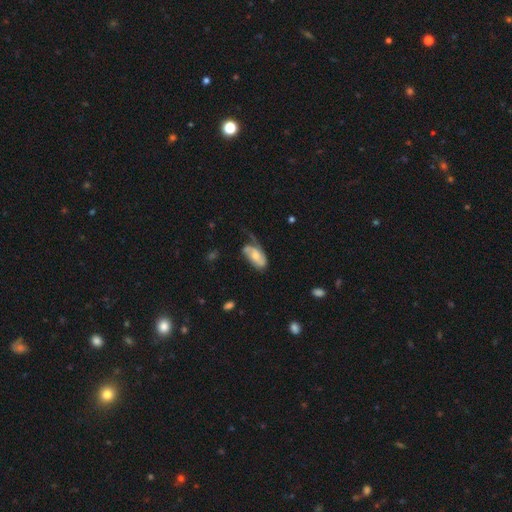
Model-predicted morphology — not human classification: A featured or disk galaxy (53%). Merging: none (35%).